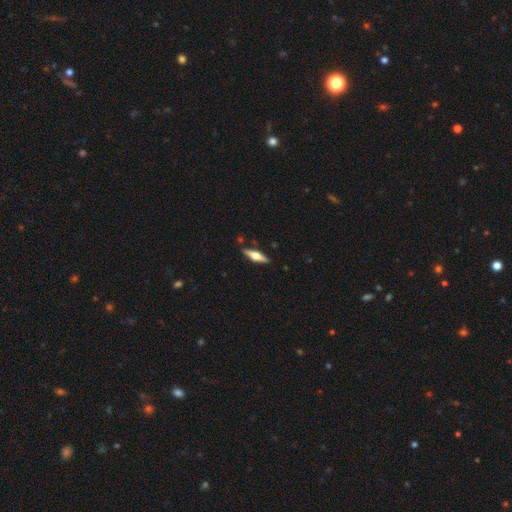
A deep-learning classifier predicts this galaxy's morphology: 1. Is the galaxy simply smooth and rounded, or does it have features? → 58% featured or disk, 36% smooth, 6% star or artifact.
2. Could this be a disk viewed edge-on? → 96% yes, 4% no.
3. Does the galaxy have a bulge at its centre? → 91% rounded, 7% boxy, 2% none.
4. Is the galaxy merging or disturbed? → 86% none, 9% minor disturbance, 2% merger, 2% major disturbance.